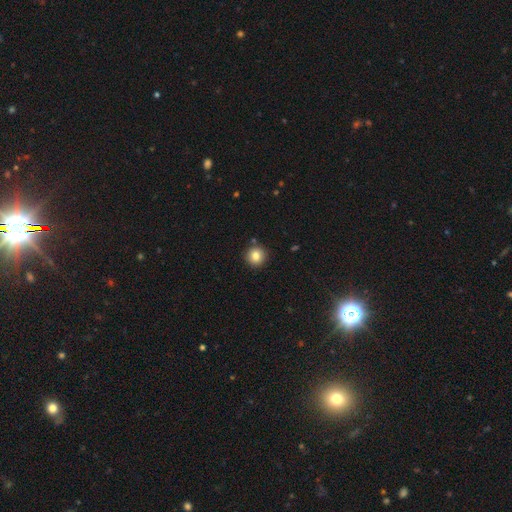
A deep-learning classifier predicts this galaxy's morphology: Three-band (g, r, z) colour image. It shows a smooth galaxy with no disk features (83%) that is round (95%). Merging: none (89%).